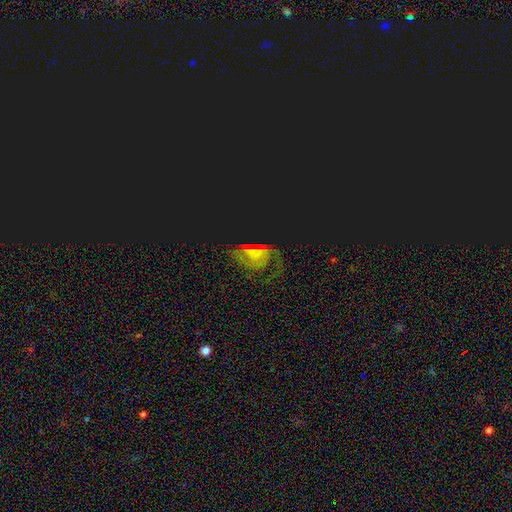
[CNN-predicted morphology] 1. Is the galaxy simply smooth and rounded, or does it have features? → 38% featured or disk, 37% star or artifact, 25% smooth.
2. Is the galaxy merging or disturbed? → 59% none, 21% minor disturbance, 16% major disturbance, 4% merger.